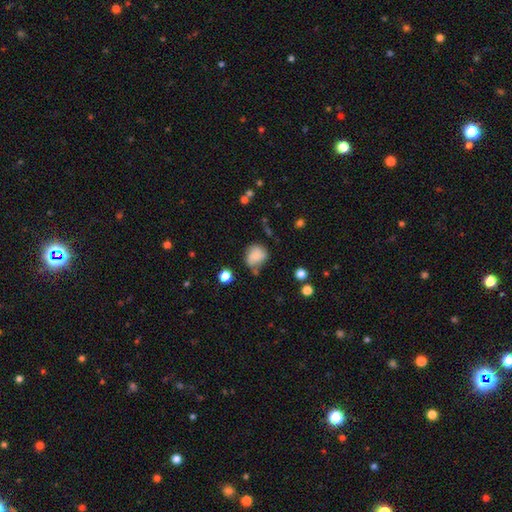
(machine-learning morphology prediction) This is likely a smooth galaxy (76%). How rounded: likely round (71%). Merging: possibly none (55%).